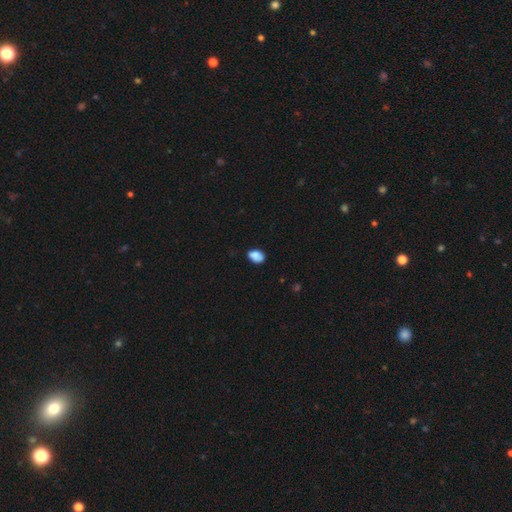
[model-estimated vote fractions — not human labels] smooth-or-featured: smooth: 84% | star or artifact: 9% | featured or disk: 8%
  how-rounded: in between: 82% | round: 17% | cigar-shaped: 1%
  merging: none: 65% | minor disturbance: 26% | major disturbance: 5% | merger: 4%